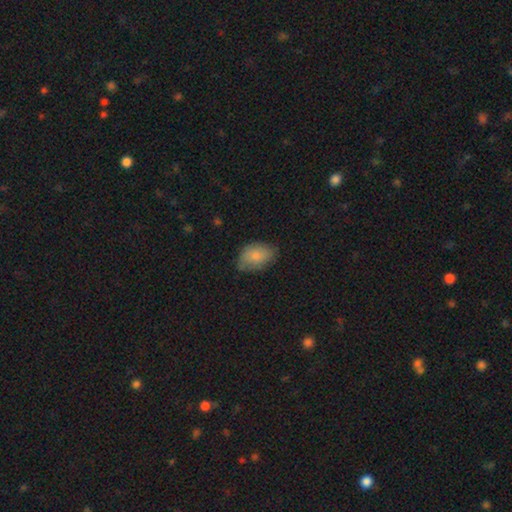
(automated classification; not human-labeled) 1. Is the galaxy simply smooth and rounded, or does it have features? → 78% smooth, 14% featured or disk, 7% star or artifact.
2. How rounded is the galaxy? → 86% in between, 13% round, 1% cigar-shaped.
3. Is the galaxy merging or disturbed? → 68% none, 25% minor disturbance, 5% major disturbance, 1% merger.